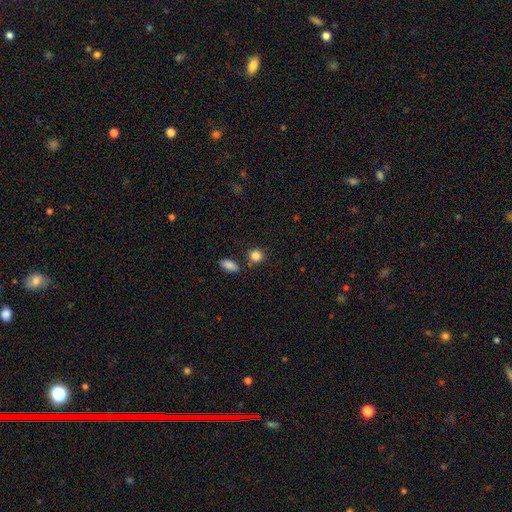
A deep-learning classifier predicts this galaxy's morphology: smooth-or-featured: smooth: 86% | star or artifact: 10% | featured or disk: 5%
  how-rounded: round: 81% | in between: 18% | cigar-shaped: 1%
  merging: none: 75% | minor disturbance: 11% | merger: 11% | major disturbance: 3%